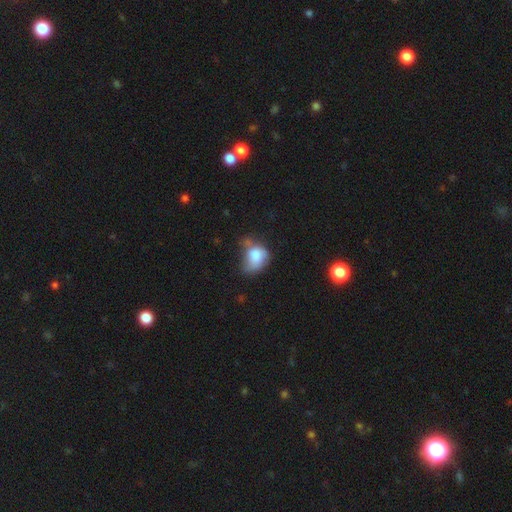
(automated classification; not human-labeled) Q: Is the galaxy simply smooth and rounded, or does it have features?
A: smooth — 75%.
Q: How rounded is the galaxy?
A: in between — 59%.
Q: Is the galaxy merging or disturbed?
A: minor disturbance — 35%.